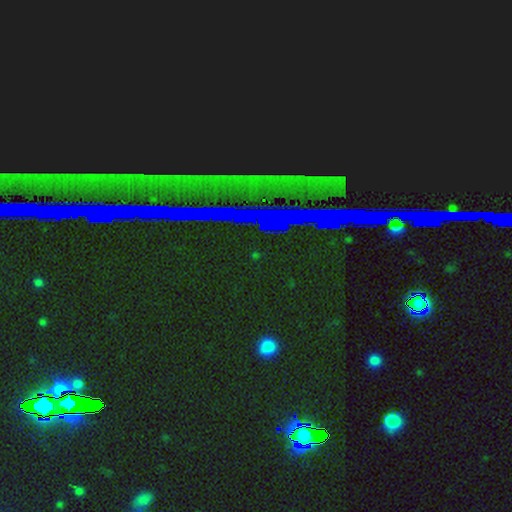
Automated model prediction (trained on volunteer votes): smooth-or-featured: star or artifact: 83% | smooth: 10% | featured or disk: 7%